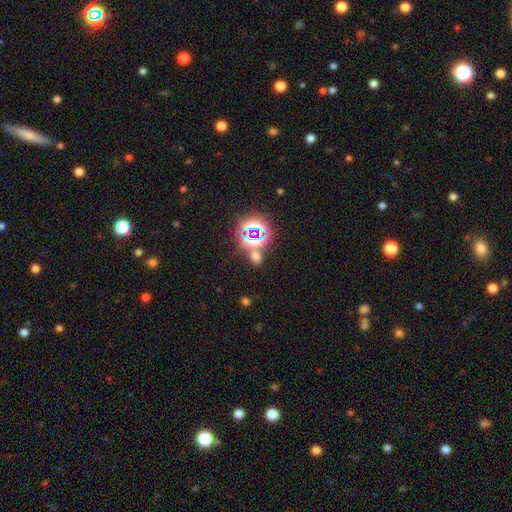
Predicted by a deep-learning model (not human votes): star or artifact 49%, smooth 43%, featured or disk 8%.